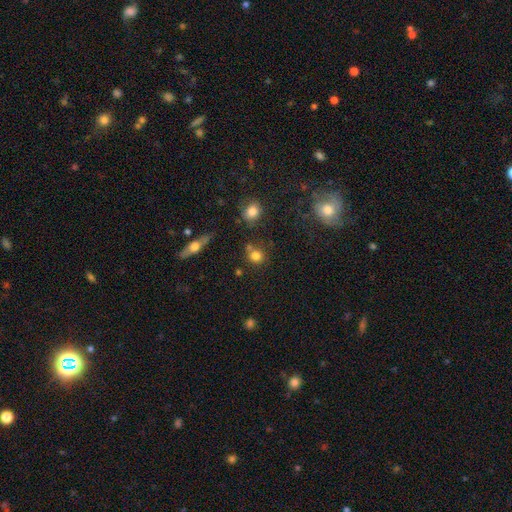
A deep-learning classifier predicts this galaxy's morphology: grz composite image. It shows a smooth galaxy with no disk features (78%) that is round (87%). Merging: none (67%).